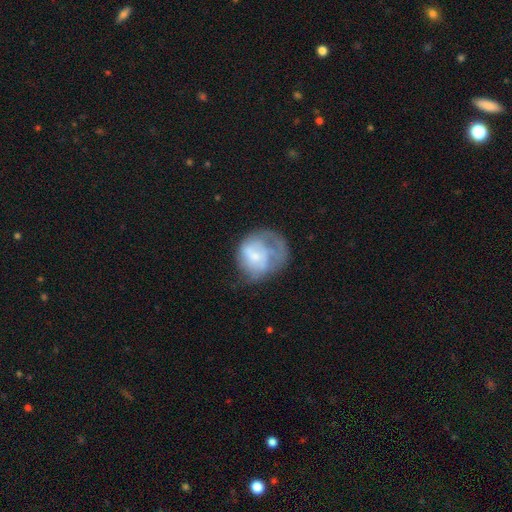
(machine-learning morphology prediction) smooth_or_featured: smooth (p=0.47) [alt: featured or disk p=0.45]
merging: major disturbance (p=0.40) [alt: none p=0.33]